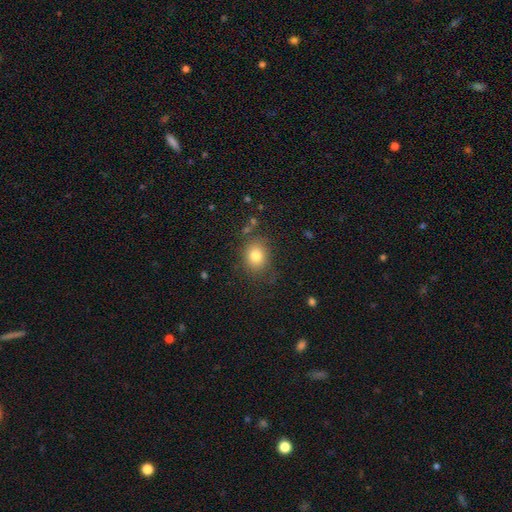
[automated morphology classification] Smooth or featured? Predicted: smooth (p=0.80). How rounded? Predicted: round (p=0.60). Merging? Predicted: none (p=0.78).